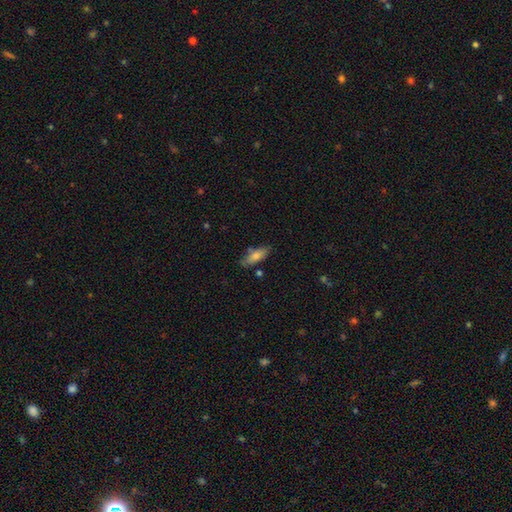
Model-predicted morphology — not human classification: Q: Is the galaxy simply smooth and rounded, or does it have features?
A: smooth — 71%.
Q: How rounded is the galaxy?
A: in between — 63%.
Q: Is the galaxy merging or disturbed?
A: none — 75%.